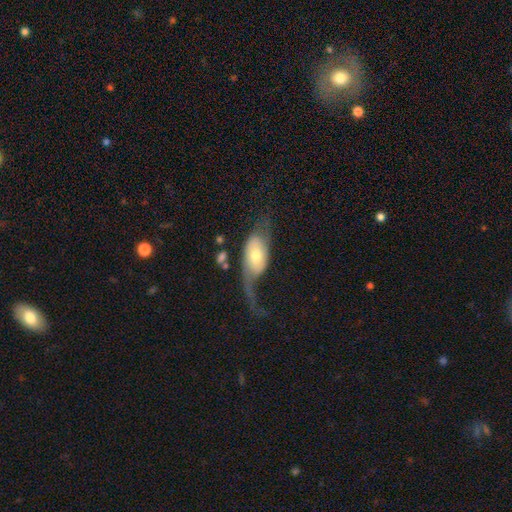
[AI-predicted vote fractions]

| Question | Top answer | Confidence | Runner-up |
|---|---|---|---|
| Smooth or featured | featured or disk | 62% | smooth (32%) |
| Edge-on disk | no | 89% | yes (11%) |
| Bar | no | 62% | weak (27%) |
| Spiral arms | yes | 79% | no (21%) |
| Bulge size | moderate | 63% | small (22%) |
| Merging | major disturbance | 42% | none (34%) |